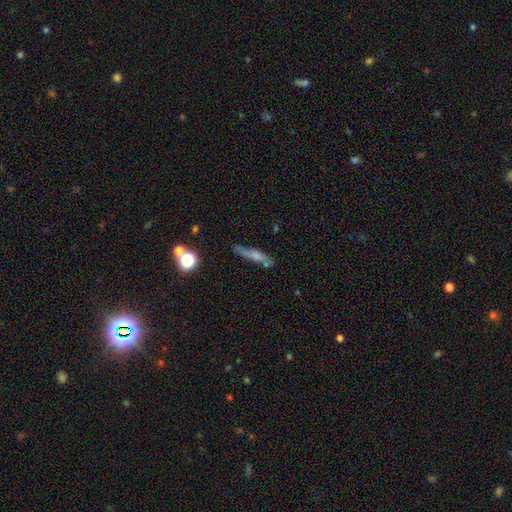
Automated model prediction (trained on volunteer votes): This appears to be a featured or disk galaxy (47%). Merging: none (70%).